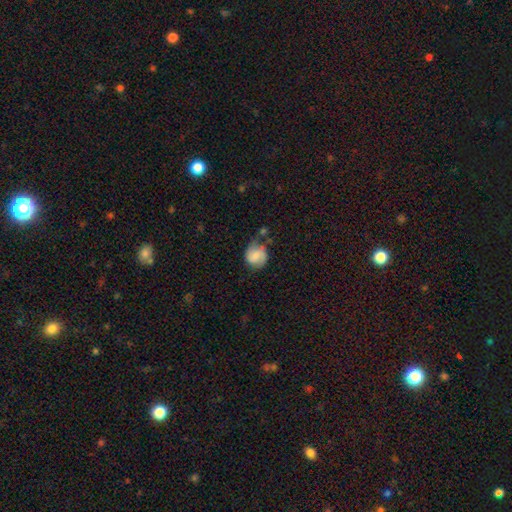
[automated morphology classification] Smooth or featured? Predicted: smooth (p=0.55). How rounded? Predicted: round (p=0.75). Merging? Predicted: none (p=0.48).